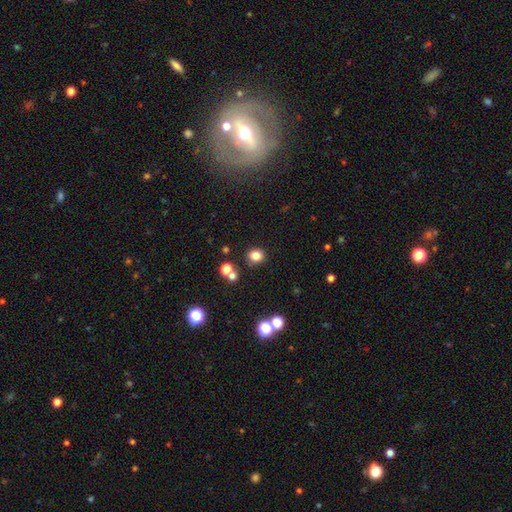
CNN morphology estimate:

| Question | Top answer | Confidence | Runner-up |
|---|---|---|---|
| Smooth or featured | smooth | 80% | star or artifact (14%) |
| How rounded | round | 82% | in between (17%) |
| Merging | none | 85% | minor disturbance (7%) |